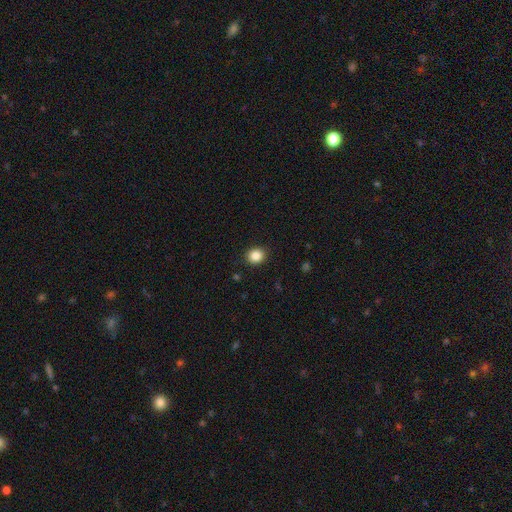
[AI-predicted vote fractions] Overall: smooth (86%). How rounded: round (76%). Merging: none (90%).